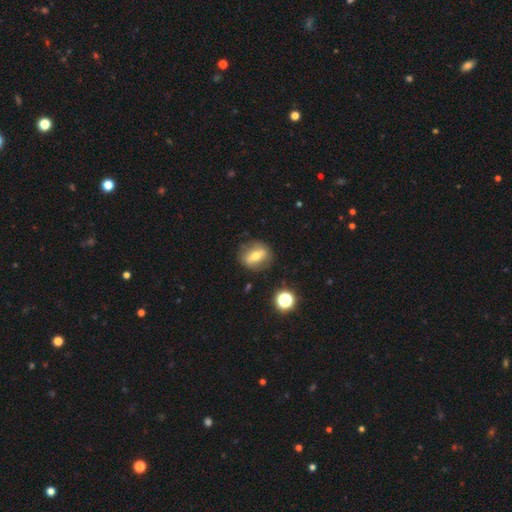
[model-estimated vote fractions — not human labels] smooth-or-featured: smooth: 46% | featured or disk: 44% | star or artifact: 10%
  merging: none: 83% | minor disturbance: 12% | major disturbance: 4% | merger: 2%